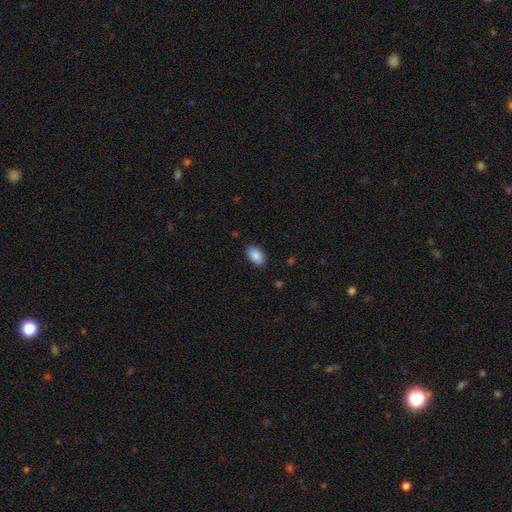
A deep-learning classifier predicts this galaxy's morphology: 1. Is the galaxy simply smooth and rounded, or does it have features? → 88% smooth, 7% star or artifact, 5% featured or disk.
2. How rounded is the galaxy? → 90% in between, 8% round, 1% cigar-shaped.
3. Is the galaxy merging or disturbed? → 87% none, 10% minor disturbance, 2% major disturbance, 1% merger.